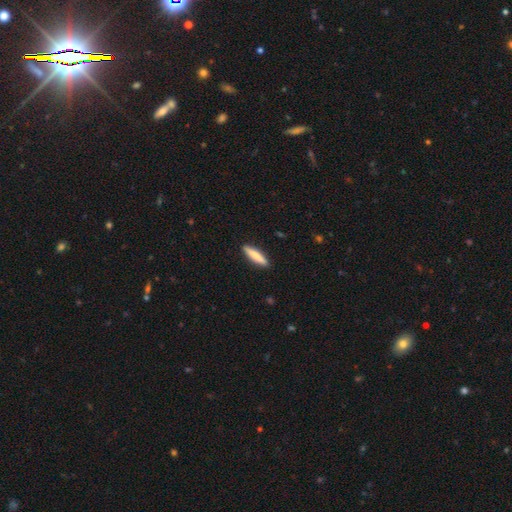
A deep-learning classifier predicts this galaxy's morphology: A smooth galaxy with no disk features (78%) that is cigar-shaped (81%). Merging: none (91%).